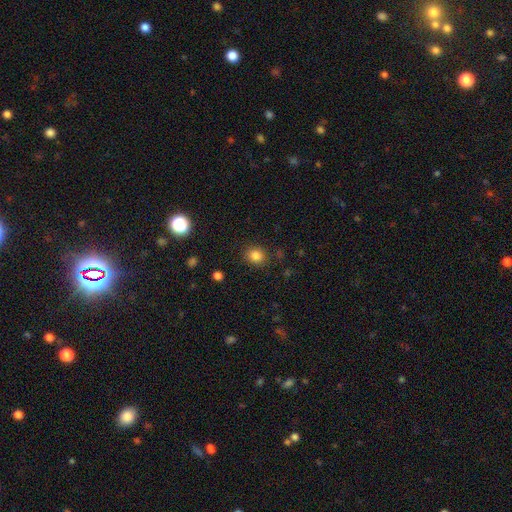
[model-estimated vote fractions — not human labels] Q: Smooth or featured?
A: smooth (83%); runner-up: star or artifact (12%)
Q: How rounded?
A: round (74%); runner-up: in between (25%)
Q: Merging?
A: none (86%); runner-up: minor disturbance (9%)